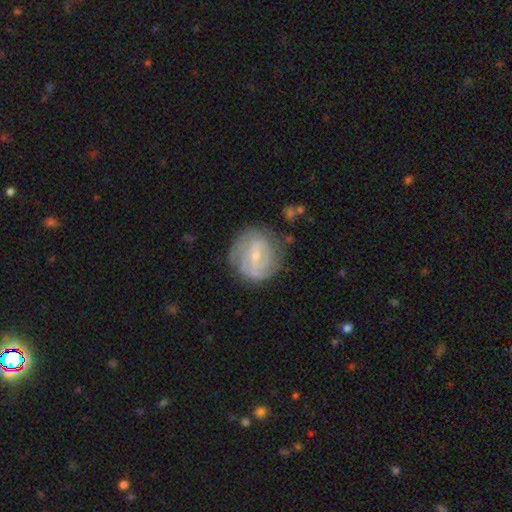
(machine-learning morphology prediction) A featured or disk galaxy (76%) with a weak bar (54%), tight (60%) spiral arms (87%) and a small central bulge (67%).

Vote fractions:
- Smooth or featured? featured or disk: 76% / smooth: 18% / star or artifact: 6%
- Edge-on disk? no: 97% / yes: 3%
- Bar? weak: 54% / no: 26% / strong: 21%
- Spiral arms? yes: 87% / no: 13%
- Spiral winding? tight: 60% / medium: 30% / loose: 10%
- Spiral arm count? can't tell: 37% / 2: 33% / 3: 16% / 4: 6% / 1: 5% / more than 4: 4%
- Bulge size? small: 67% / moderate: 28% / none: 3% / large: 1% / dominant: 1%
- Merging? none: 71% / minor disturbance: 19% / major disturbance: 8% / merger: 2%